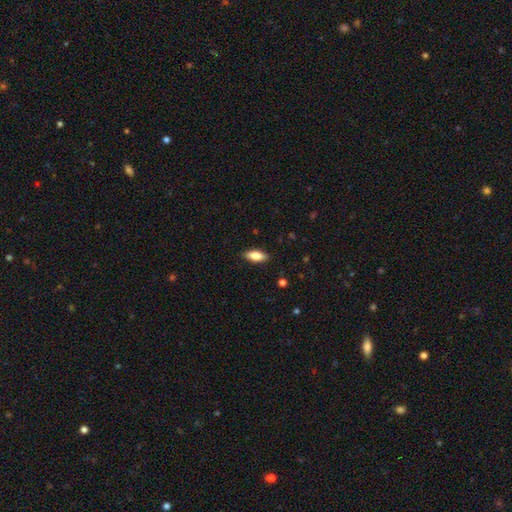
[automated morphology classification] A smooth galaxy with no disk features (75%) that is in between round and cigar-shaped (75%). Merging: none (87%).